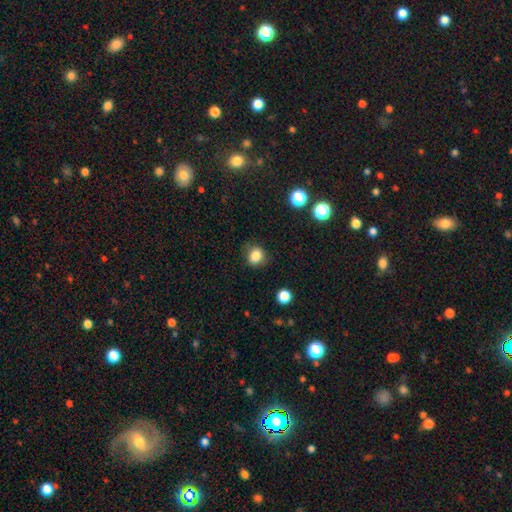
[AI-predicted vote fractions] A smooth galaxy with no disk features (84%) that is round (67%).

Vote fractions:
- Smooth or featured? smooth: 84% / star or artifact: 11% / featured or disk: 5%
- How rounded? round: 67% / in between: 32% / cigar-shaped: 1%
- Merging? none: 78% / minor disturbance: 16% / major disturbance: 4% / merger: 2%